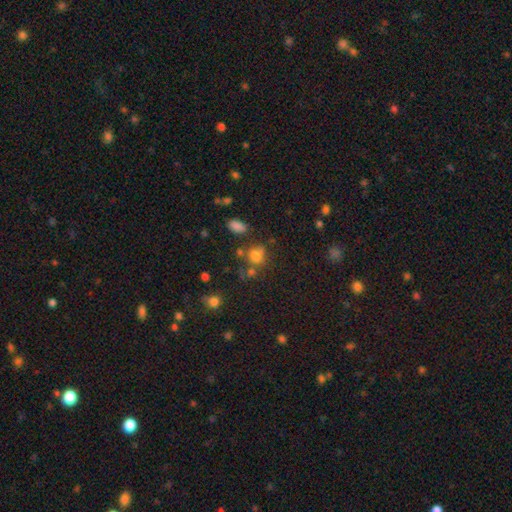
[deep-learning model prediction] Smooth or featured?
  - smooth: 72% *
  - star or artifact: 18%
  - featured or disk: 10%
How rounded?
  - round: 61% *
  - in between: 37%
  - cigar-shaped: 1%
Merging?
  - none: 53% *
  - merger: 19%
  - minor disturbance: 18%
  - major disturbance: 10%